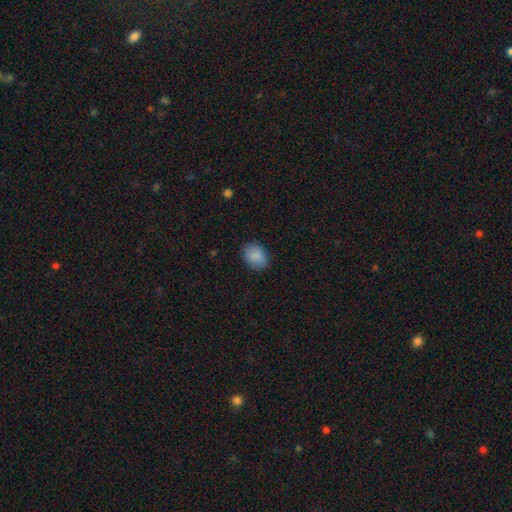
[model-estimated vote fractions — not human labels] smooth 88%, star or artifact 8%, featured or disk 5%. Down the decision tree: how rounded — in between (65%); merging — none (84%).